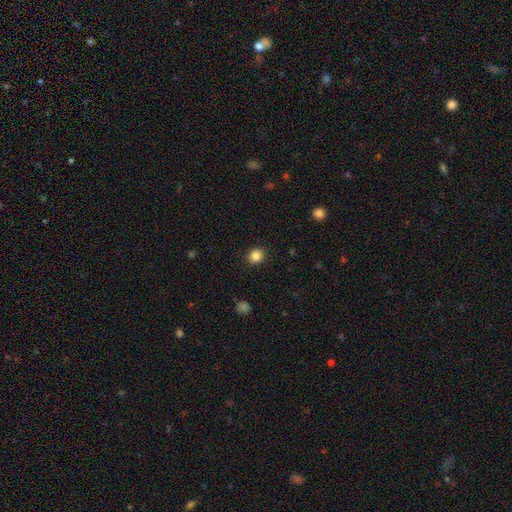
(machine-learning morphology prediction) A smooth galaxy with no disk features (85%) that is round (81%). Merging: none (91%).